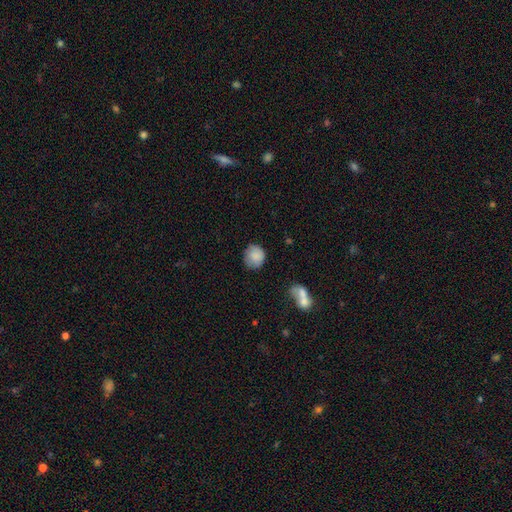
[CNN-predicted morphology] Smooth or featured? smooth (85%)
How rounded? round (83%)
Merging? none (74%)